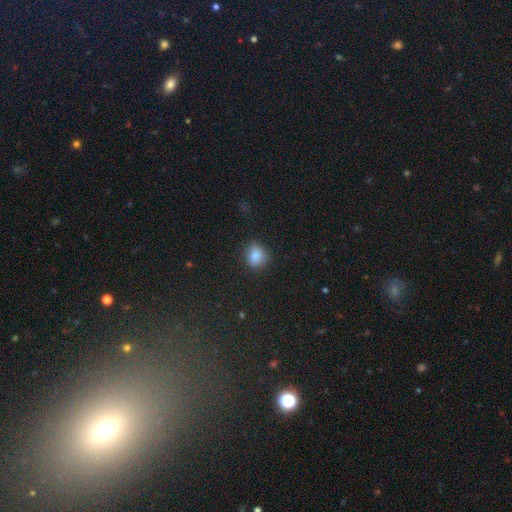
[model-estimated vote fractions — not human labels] Overall: smooth (85%). How rounded: round (64%; in between 35%). Merging: none (79%).